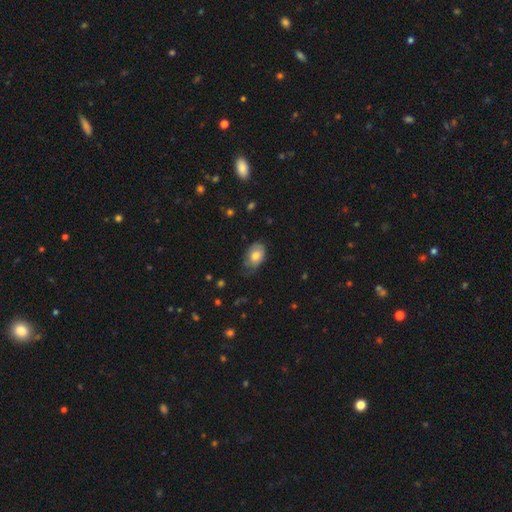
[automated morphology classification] smooth-or-featured: smooth: 66% | featured or disk: 27% | star or artifact: 7%
  how-rounded: in between: 84% | round: 15% | cigar-shaped: 1%
  merging: none: 51% | minor disturbance: 36% | major disturbance: 12% | merger: 1%